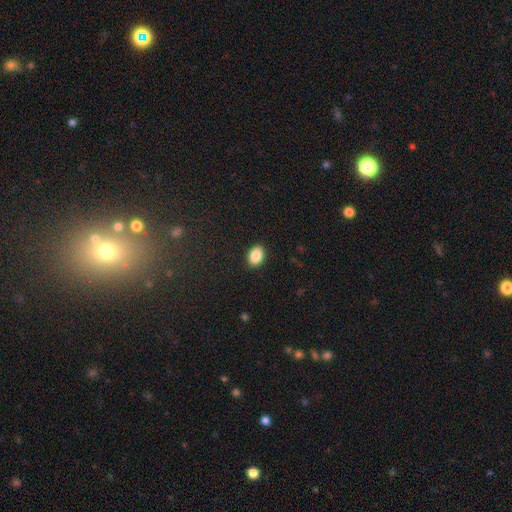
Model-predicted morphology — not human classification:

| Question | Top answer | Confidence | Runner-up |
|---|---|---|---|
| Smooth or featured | smooth | 88% | star or artifact (8%) |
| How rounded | in between | 82% | round (16%) |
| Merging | none | 90% | minor disturbance (7%) |